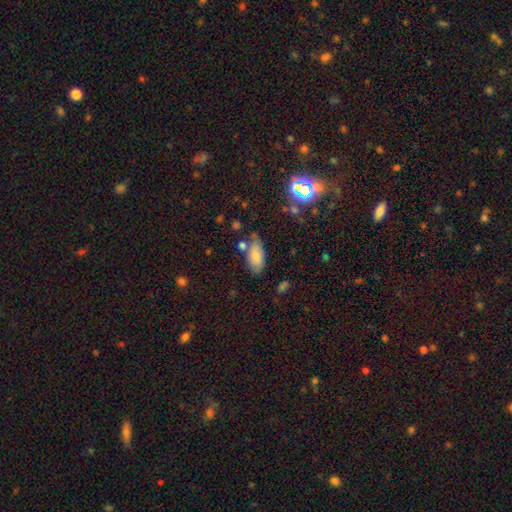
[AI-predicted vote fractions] Morphology: type=smooth (77%); roundness=in between (89%); merging=none (62%).